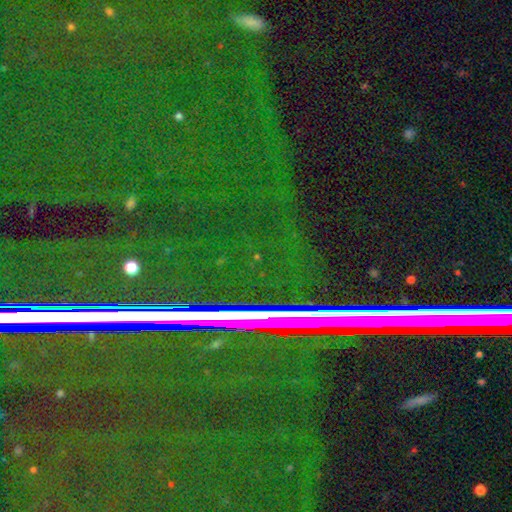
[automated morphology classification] type=star or artifact (84%).